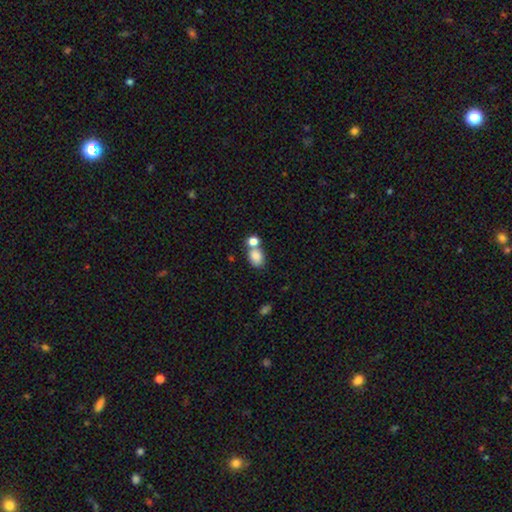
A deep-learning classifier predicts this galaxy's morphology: Smooth or featured?
  - smooth: 83% *
  - star or artifact: 9%
  - featured or disk: 7%
How rounded?
  - in between: 71% *
  - round: 28%
  - cigar-shaped: 1%
Merging?
  - none: 47% *
  - merger: 38%
  - minor disturbance: 11%
  - major disturbance: 4%